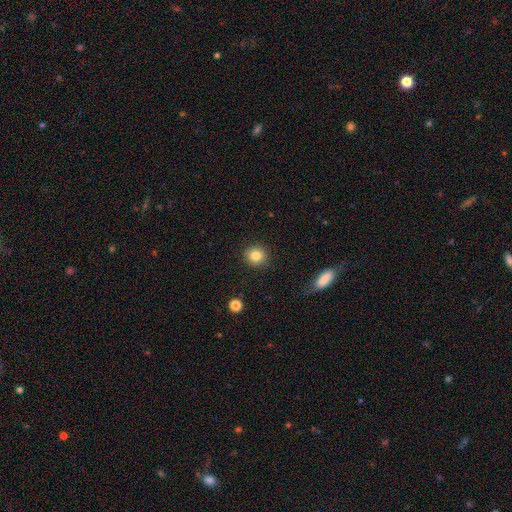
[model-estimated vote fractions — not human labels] Smooth or featured? smooth (84%)
How rounded? round (90%)
Merging? none (89%)